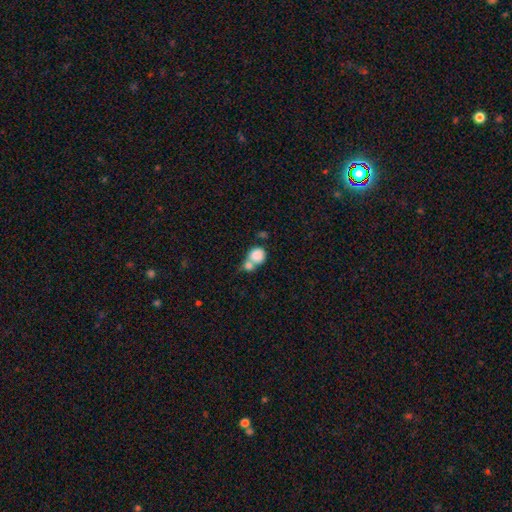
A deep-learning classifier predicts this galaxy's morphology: Smooth or featured: smooth — 83% (featured or disk — 9%)
How rounded: round — 78% (in between — 21%)
Merging: merger — 59% (none — 29%)